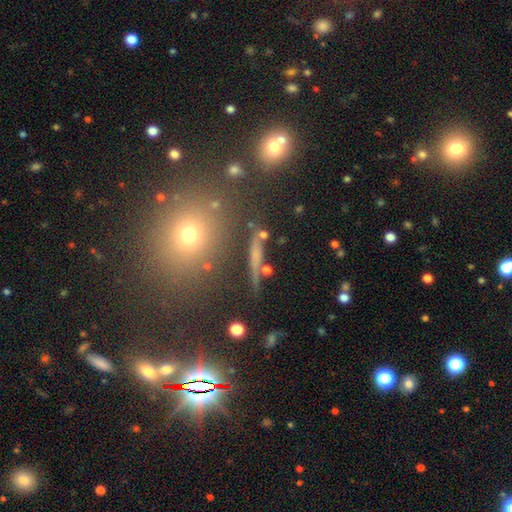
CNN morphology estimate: Smooth or featured? smooth (41%)
Merging? none (79%)